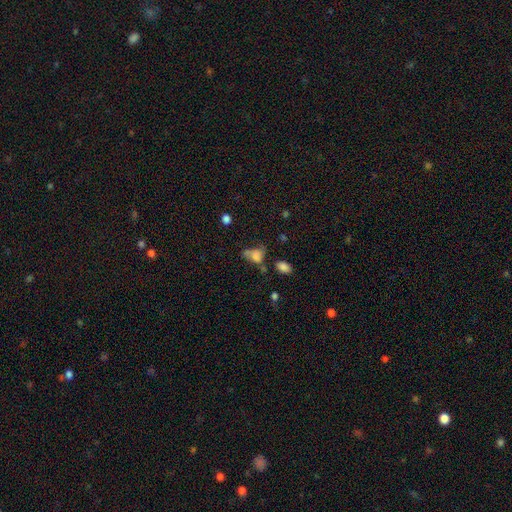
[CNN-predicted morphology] Smooth or featured? smooth (71%)
How rounded? in between (70%)
Merging? none (29%)